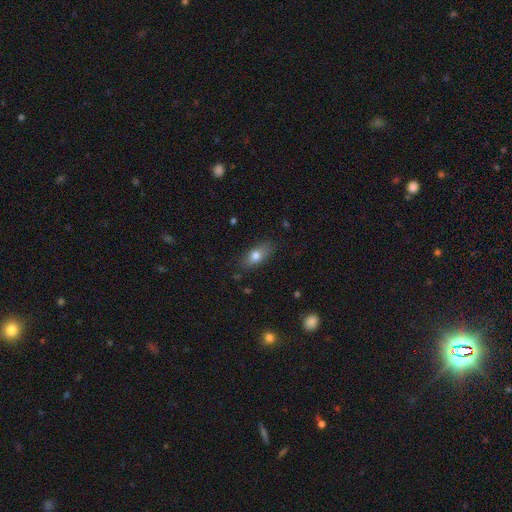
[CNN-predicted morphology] This is likely a smooth galaxy (76%). How rounded: clearly in between (81%). Merging: clearly none (81%).